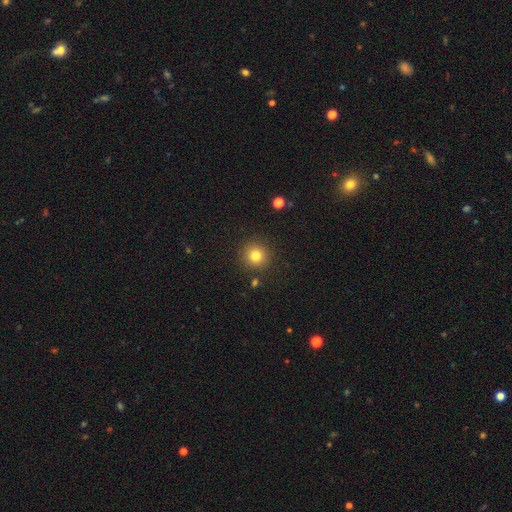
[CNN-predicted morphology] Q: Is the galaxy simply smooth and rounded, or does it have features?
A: smooth — 81%.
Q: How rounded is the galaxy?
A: round — 94%.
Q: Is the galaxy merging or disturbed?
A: none — 90%.